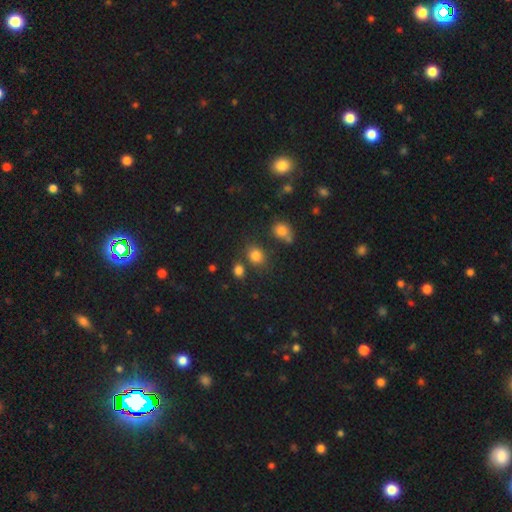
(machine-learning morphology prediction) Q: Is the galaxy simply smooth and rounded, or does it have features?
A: smooth — 80%.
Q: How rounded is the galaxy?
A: round — 60%.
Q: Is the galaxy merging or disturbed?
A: none — 71%.